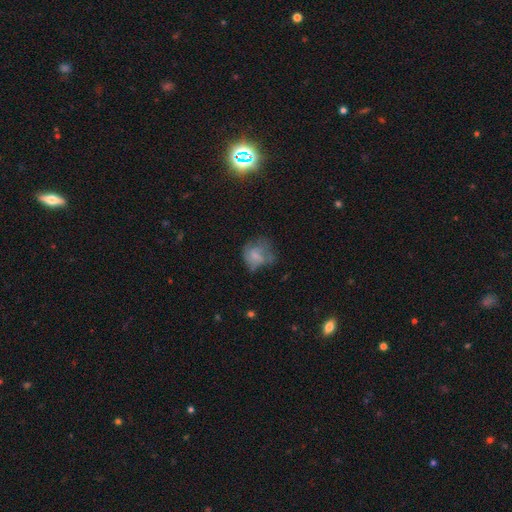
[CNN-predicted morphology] Smooth or featured? Predicted: smooth (p=0.59). How rounded? Predicted: round (p=0.57). Merging? Predicted: none (p=0.38).